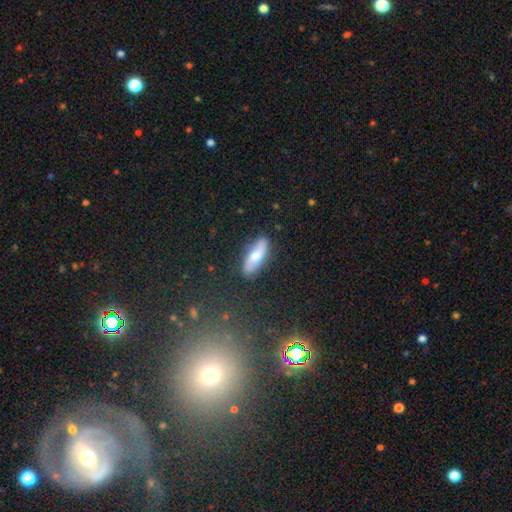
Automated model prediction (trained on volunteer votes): Smooth or featured?
  - smooth: 55% *
  - featured or disk: 38%
  - star or artifact: 7%
How rounded?
  - in between: 60% *
  - cigar-shaped: 37%
  - round: 3%
Merging?
  - none: 83% *
  - minor disturbance: 12%
  - major disturbance: 3%
  - merger: 2%